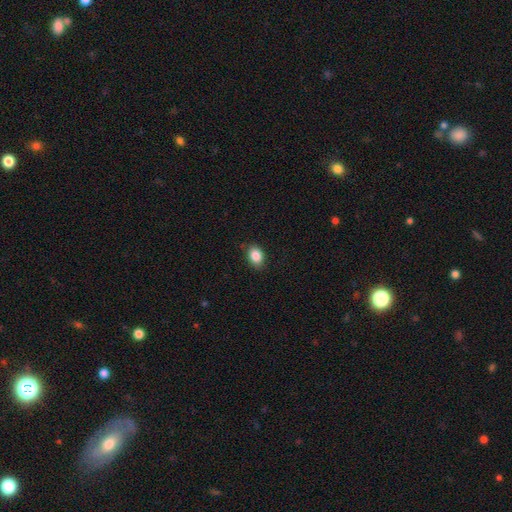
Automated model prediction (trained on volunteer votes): A smooth galaxy with no disk features (86%) that is in between round and cigar-shaped (74%).

Vote fractions:
- Smooth or featured? smooth: 86% / star or artifact: 8% / featured or disk: 5%
- How rounded? in between: 74% / round: 25% / cigar-shaped: 1%
- Merging? none: 83% / minor disturbance: 13% / major disturbance: 3% / merger: 1%